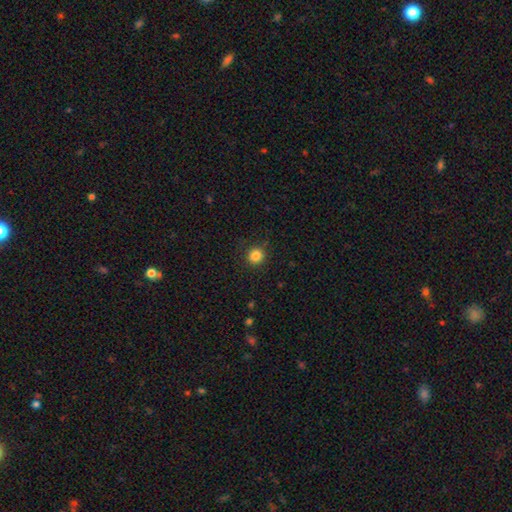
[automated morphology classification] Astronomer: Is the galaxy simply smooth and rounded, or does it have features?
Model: smooth — 84%.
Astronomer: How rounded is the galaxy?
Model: round — 93%.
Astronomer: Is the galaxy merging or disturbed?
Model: none — 90%.